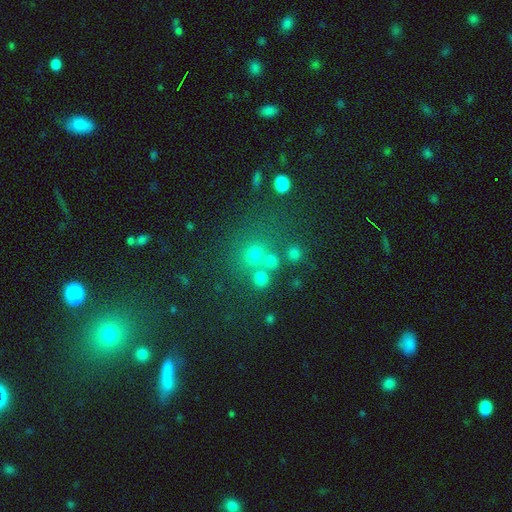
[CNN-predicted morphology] Smooth or featured? smooth (60%)
How rounded? round (87%)
Merging? none (60%)